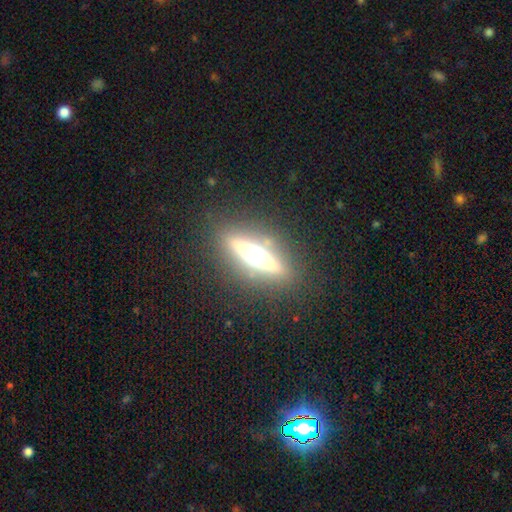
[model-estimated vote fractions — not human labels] Q: Smooth or featured?
A: featured or disk (69%); runner-up: smooth (21%)
Q: Edge-on disk?
A: yes (92%); runner-up: no (8%)
Q: Edge-on bulge?
A: rounded (92%); runner-up: boxy (6%)
Q: Merging?
A: none (87%); runner-up: minor disturbance (8%)